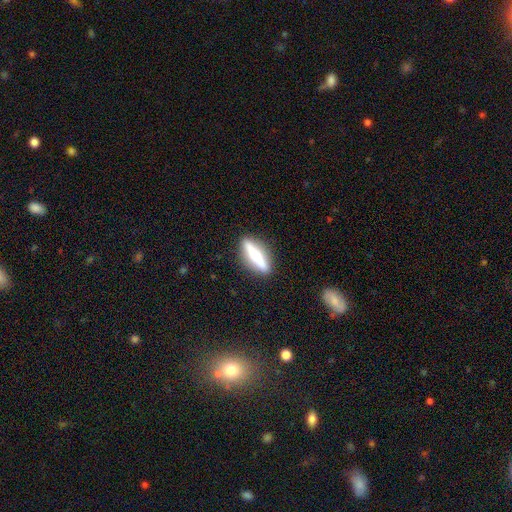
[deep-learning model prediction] A featured or disk galaxy (51%) viewed edge-on (89%). Merging: none (90%).